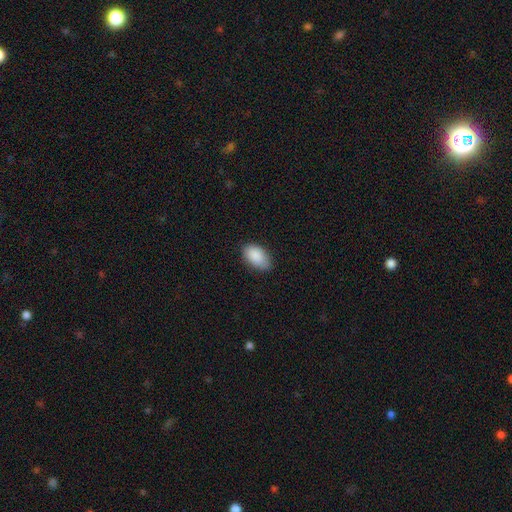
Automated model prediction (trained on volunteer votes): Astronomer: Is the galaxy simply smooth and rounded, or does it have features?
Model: smooth — 89%.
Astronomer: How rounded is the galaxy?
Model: in between — 94%.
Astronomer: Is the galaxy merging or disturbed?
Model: none — 79%.